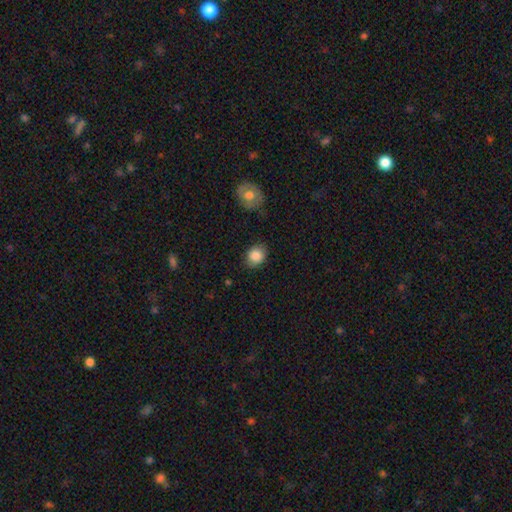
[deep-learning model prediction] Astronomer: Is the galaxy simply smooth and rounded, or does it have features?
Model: smooth — 85%.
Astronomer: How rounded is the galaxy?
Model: round — 54% (runner-up: in between, 45%).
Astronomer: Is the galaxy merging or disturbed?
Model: none — 78%.